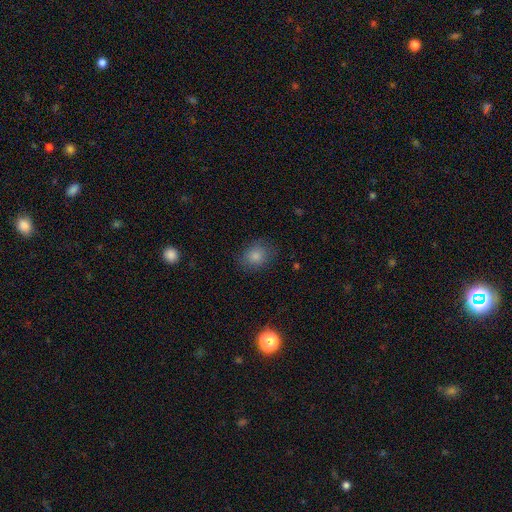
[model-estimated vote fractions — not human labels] This appears to be a smooth galaxy with no disk features (83%) that is round (57%). Merging: none (81%).